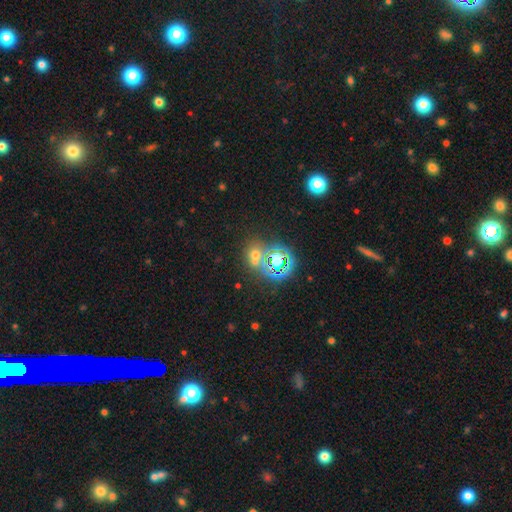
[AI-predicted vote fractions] The model was most divided on "smooth or featured" (2-way tie): smooth: 44%, star or artifact: 44%, featured or disk: 12%. More confident: merging — none (54%).